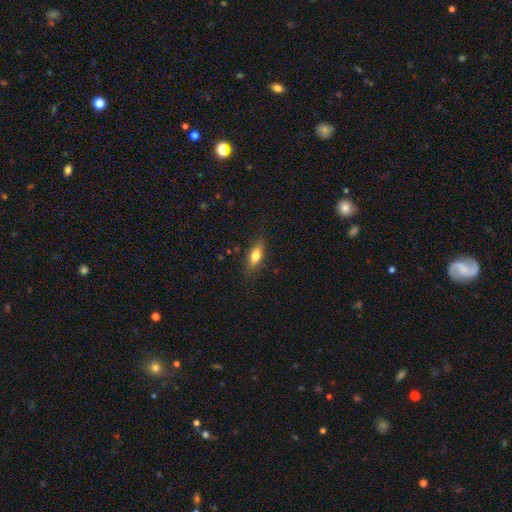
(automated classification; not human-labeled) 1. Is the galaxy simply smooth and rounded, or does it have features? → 73% smooth, 20% featured or disk, 8% star or artifact.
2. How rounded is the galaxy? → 74% in between, 22% cigar-shaped, 5% round.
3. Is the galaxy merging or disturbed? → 81% none, 14% minor disturbance, 3% major disturbance, 1% merger.